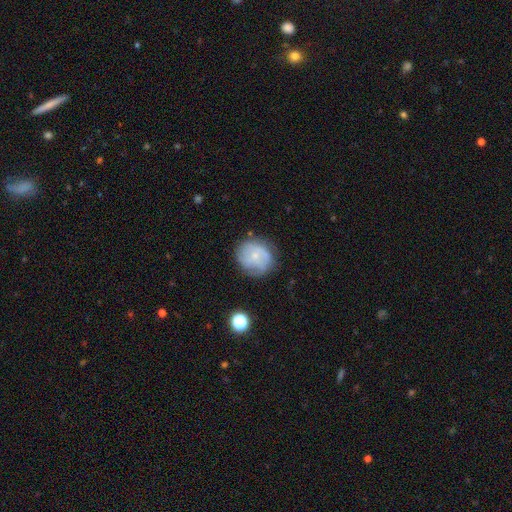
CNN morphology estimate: Smooth or featured: featured or disk — 49% (smooth — 41%)
Merging: none — 66% (minor disturbance — 22%)